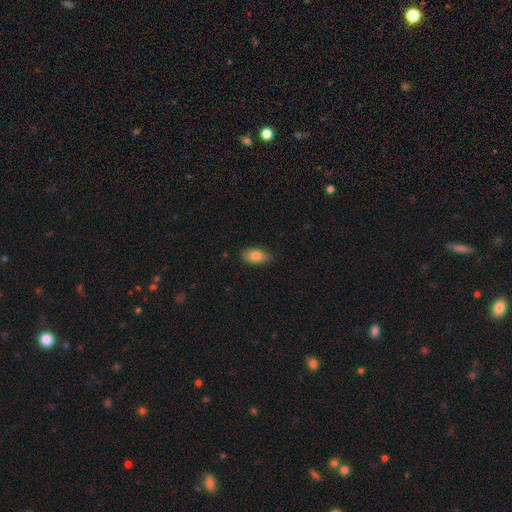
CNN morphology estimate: smooth-or-featured: smooth: 81% | featured or disk: 11% | star or artifact: 7%
  how-rounded: in between: 91% | round: 5% | cigar-shaped: 4%
  merging: none: 83% | minor disturbance: 13% | major disturbance: 2% | merger: 1%